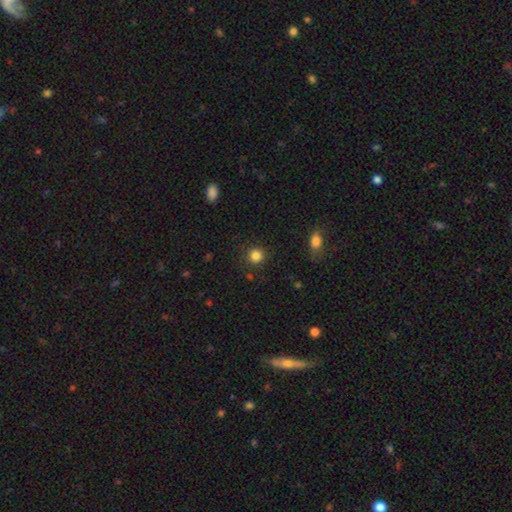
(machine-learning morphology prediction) Smooth or featured? Predicted: smooth (p=0.84). How rounded? Predicted: round (p=0.92). Merging? Predicted: none (p=0.88).